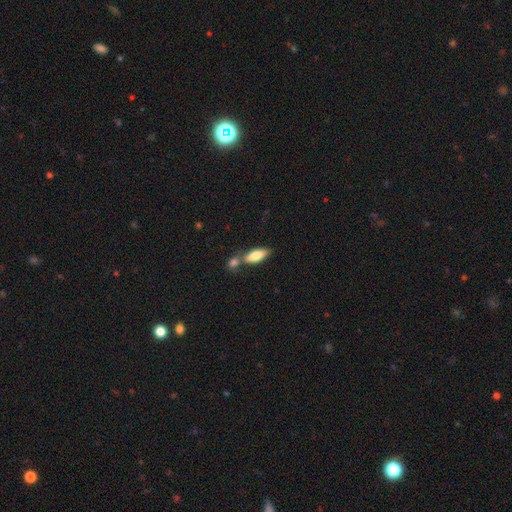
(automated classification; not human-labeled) The model was most divided on "merging": none: 48%, merger: 37%, minor disturbance: 12%, major disturbance: 4%. More confident: smooth or featured — smooth (76%); how rounded — in between (73%).